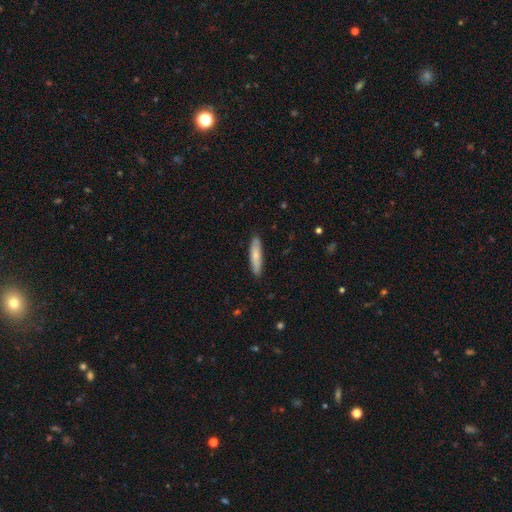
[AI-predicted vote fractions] A smooth galaxy with no disk features (70%) that is cigar-shaped (76%). Merging: none (88%).